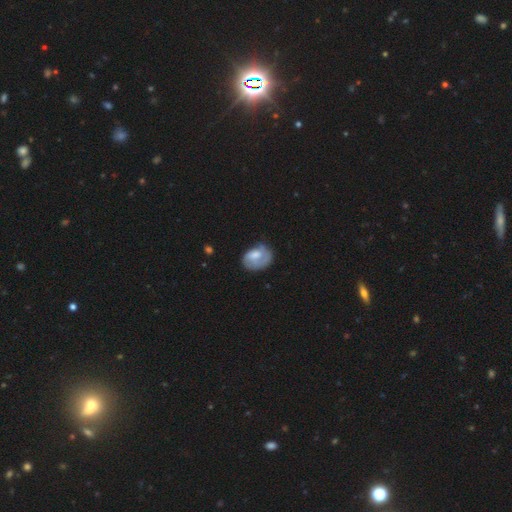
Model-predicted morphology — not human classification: type=smooth (48%); merging=none (52%).